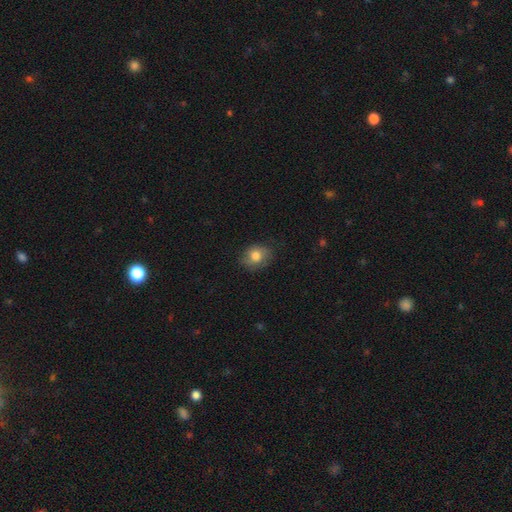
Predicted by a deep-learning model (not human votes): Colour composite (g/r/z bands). It shows a smooth galaxy with no disk features (76%) that is round (54%). Merging: none (72%).